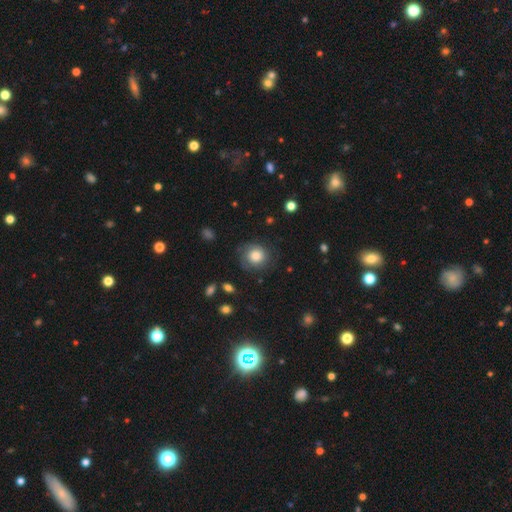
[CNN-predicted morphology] The model was most divided on "smooth or featured": smooth: 67%, featured or disk: 24%, star or artifact: 9%. More confident: how rounded — round (87%); merging — none (72%).